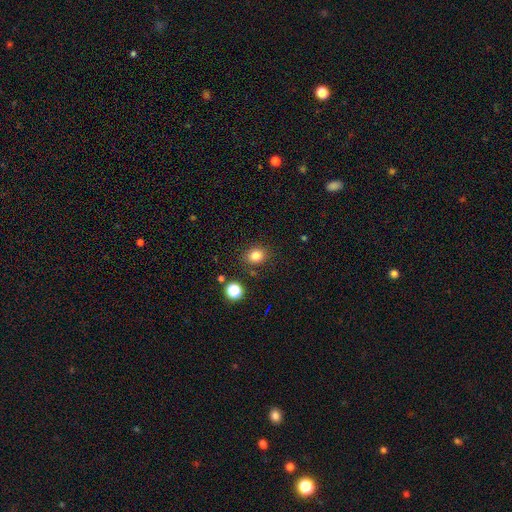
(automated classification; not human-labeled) A smooth galaxy with no disk features (82%) that is round (62%). Merging: none (84%).